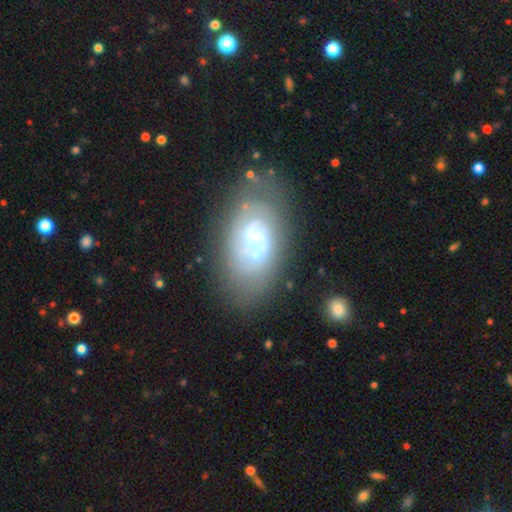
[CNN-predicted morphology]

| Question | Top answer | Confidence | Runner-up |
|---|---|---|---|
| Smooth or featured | featured or disk | 73% | smooth (19%) |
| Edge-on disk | no | 96% | yes (4%) |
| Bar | no | 52% | weak (39%) |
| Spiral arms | yes | 81% | no (19%) |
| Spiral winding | medium | 42% | tight (39%) |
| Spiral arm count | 2 | 53% | can't tell (21%) |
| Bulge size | moderate | 46% | small (28%) |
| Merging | none | 57% | minor disturbance (19%) |